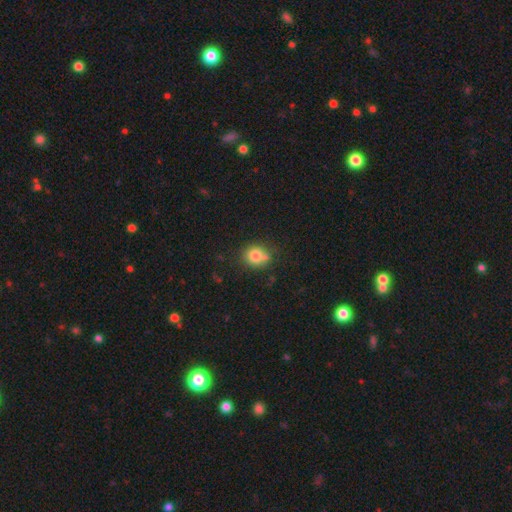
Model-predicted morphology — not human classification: Overall: smooth (78%). How rounded: round (79%). Merging: none (58%; merger 21%).